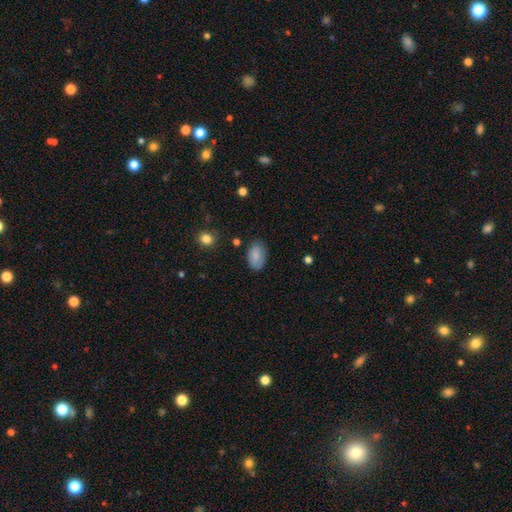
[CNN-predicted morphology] Smooth or featured?
  - smooth: 85% *
  - featured or disk: 8%
  - star or artifact: 7%
How rounded?
  - in between: 93% *
  - round: 6%
  - cigar-shaped: 1%
Merging?
  - none: 77% *
  - minor disturbance: 17%
  - major disturbance: 4%
  - merger: 2%